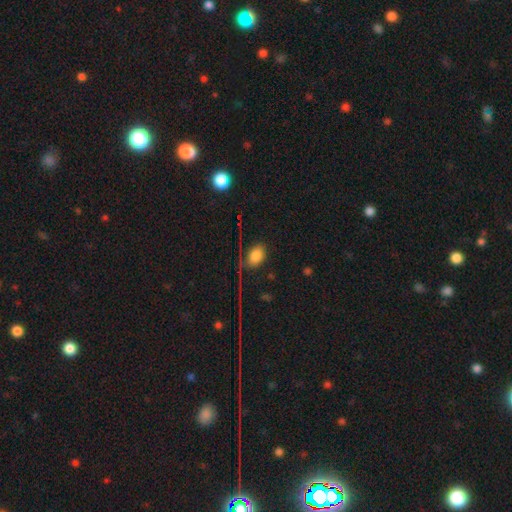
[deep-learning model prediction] A smooth galaxy with no disk features (74%) that is in between round and cigar-shaped (76%). Merging: none (72%).